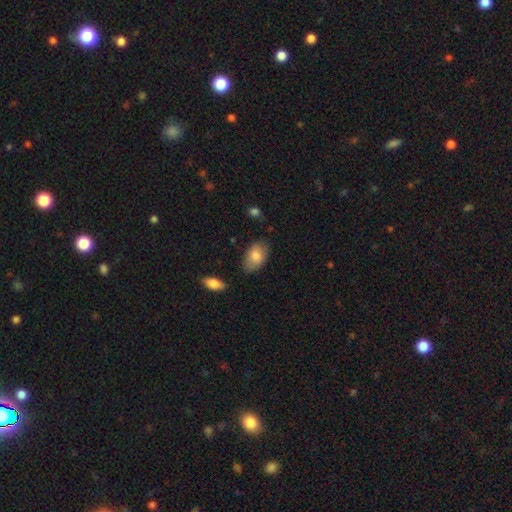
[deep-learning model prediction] This is clearly a smooth galaxy (81%). How rounded: clearly in between (92%). Merging: likely none (77%).